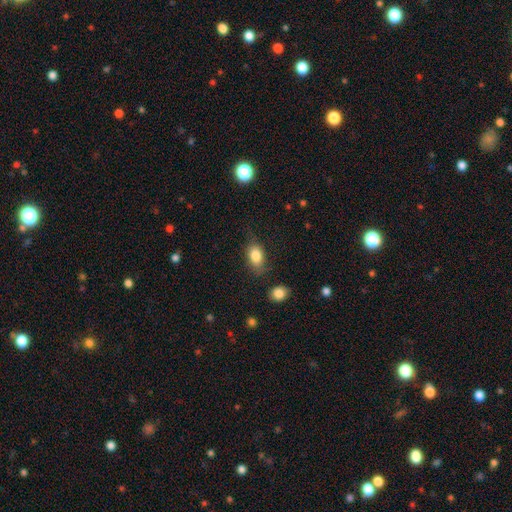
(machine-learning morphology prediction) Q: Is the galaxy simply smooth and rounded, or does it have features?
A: smooth — 83%.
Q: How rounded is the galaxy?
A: in between — 84%.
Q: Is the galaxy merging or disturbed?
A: none — 71%.